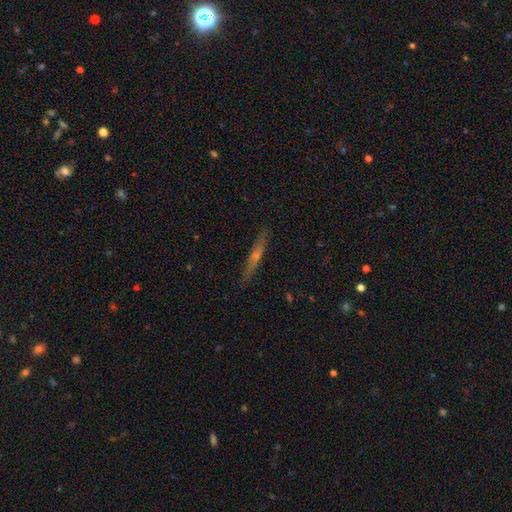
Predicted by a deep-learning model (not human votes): This is likely a featured or disk galaxy (62%). It is clearly viewed edge-on (95%). Edge-on bulge: likely rounded (74%). Merging: clearly none (89%).